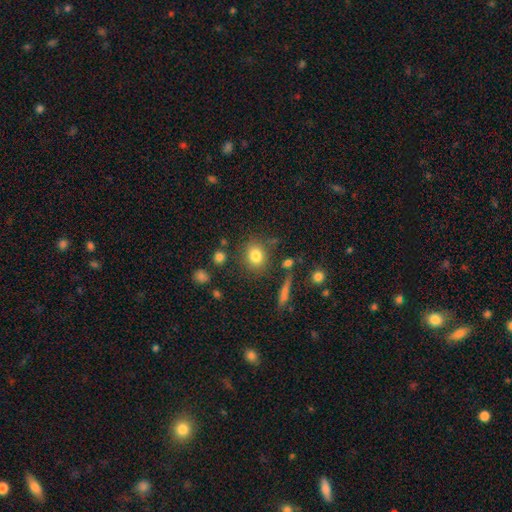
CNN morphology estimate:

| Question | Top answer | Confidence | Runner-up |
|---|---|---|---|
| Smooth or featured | smooth | 80% | star or artifact (11%) |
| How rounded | round | 69% | in between (29%) |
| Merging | none | 79% | minor disturbance (11%) |